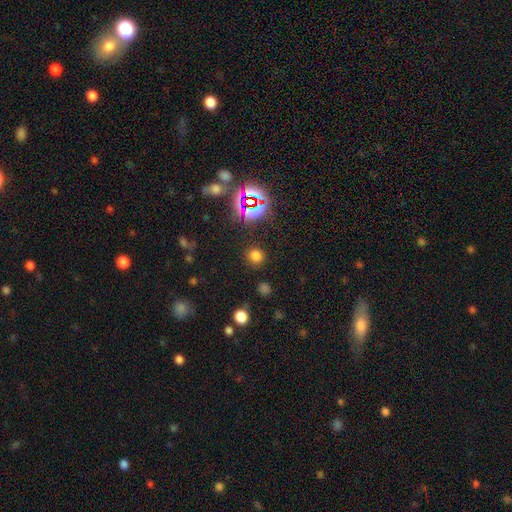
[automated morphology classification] smooth-or-featured: smooth: 69% | star or artifact: 25% | featured or disk: 6%
  how-rounded: round: 88% | in between: 11% | cigar-shaped: 1%
  merging: none: 87% | minor disturbance: 7% | major disturbance: 3% | merger: 2%